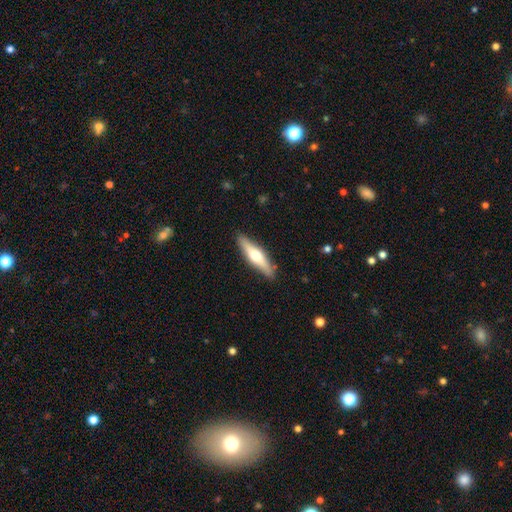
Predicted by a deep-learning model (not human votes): Smooth or featured?
  - featured or disk: 51% *
  - smooth: 44%
  - star or artifact: 5%
Edge-on disk?
  - yes: 92% *
  - no: 8%
Merging?
  - none: 88% *
  - minor disturbance: 9%
  - major disturbance: 2%
  - merger: 1%